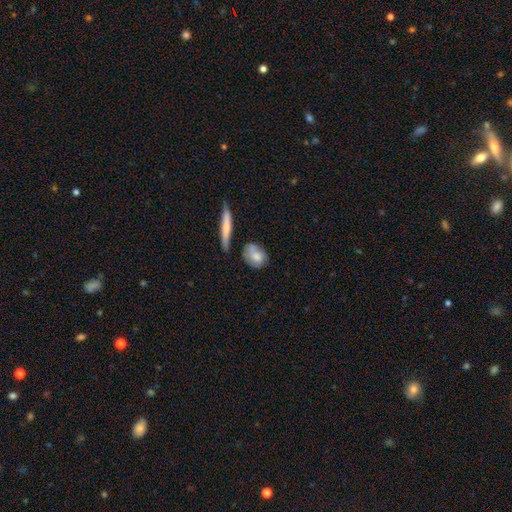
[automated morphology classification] smooth-or-featured: smooth: 66% | featured or disk: 28% | star or artifact: 6%
  how-rounded: in between: 55% | round: 37% | cigar-shaped: 8%
  merging: none: 58% | minor disturbance: 27% | major disturbance: 8% | merger: 7%